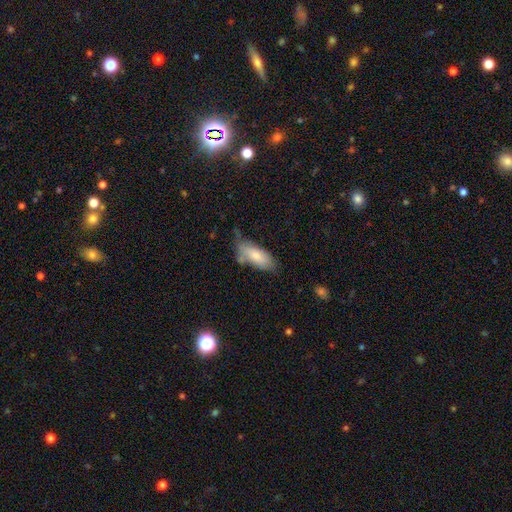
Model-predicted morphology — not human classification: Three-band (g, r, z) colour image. It shows a smooth galaxy with no disk features (77%) that is in between round and cigar-shaped (82%). Merging: none (50%).